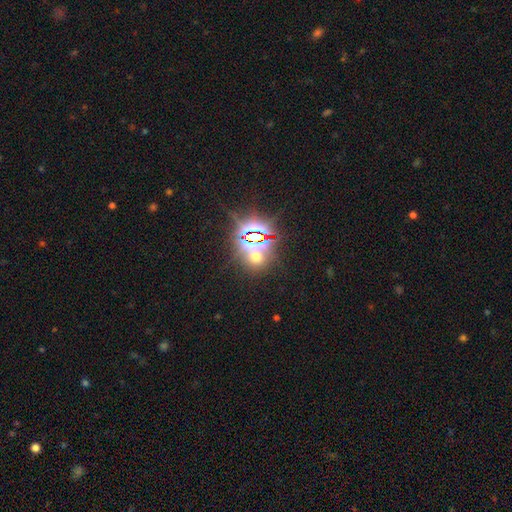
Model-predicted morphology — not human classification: This is likely a star or artifact rather than a galaxy (64%).